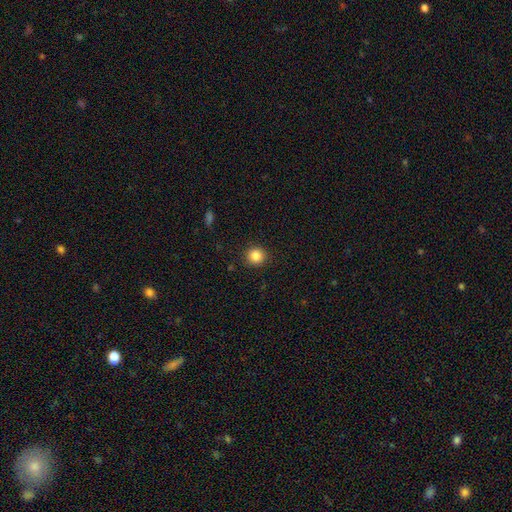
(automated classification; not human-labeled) Q: Smooth or featured?
A: smooth (85%); runner-up: star or artifact (11%)
Q: How rounded?
A: round (92%); runner-up: in between (7%)
Q: Merging?
A: none (91%); runner-up: minor disturbance (6%)